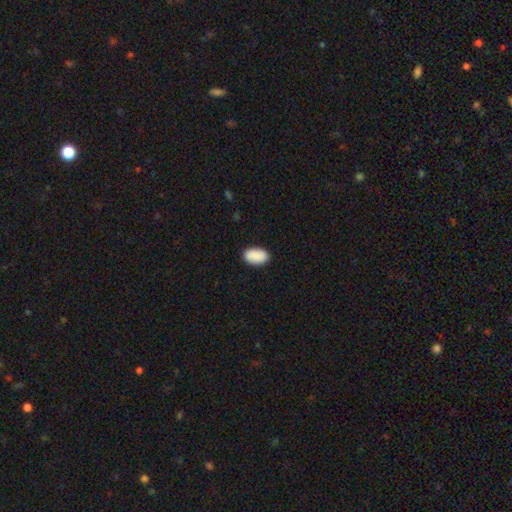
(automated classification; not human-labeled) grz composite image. It shows a smooth galaxy with no disk features (91%) that is in between round and cigar-shaped (95%). Merging: none (89%).